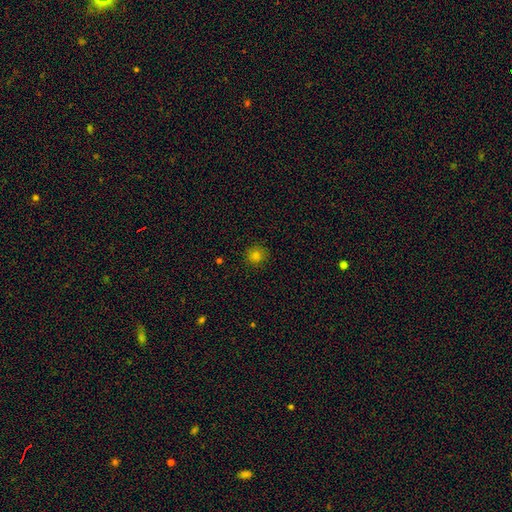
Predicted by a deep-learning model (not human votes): Morphology: type=smooth (79%); roundness=round (91%); merging=none (90%).